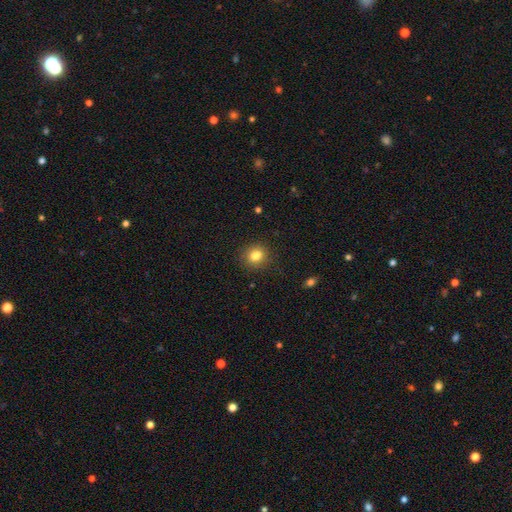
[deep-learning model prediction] Q: Smooth or featured?
A: smooth (82%); runner-up: star or artifact (11%)
Q: How rounded?
A: round (80%); runner-up: in between (19%)
Q: Merging?
A: none (88%); runner-up: minor disturbance (8%)